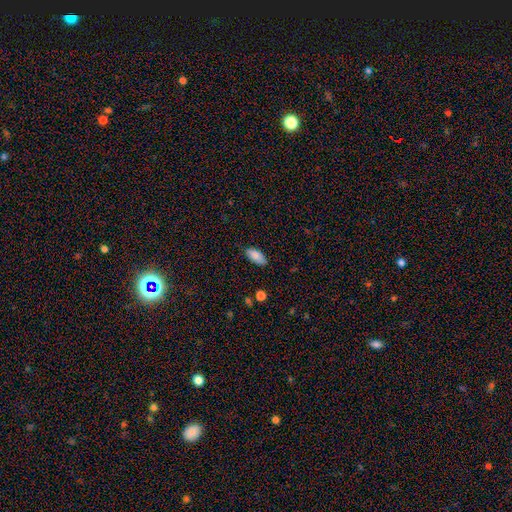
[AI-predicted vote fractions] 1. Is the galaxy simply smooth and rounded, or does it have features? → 87% smooth, 7% star or artifact, 6% featured or disk.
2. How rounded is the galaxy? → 89% in between, 9% cigar-shaped, 2% round.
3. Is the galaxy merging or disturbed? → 81% none, 15% minor disturbance, 3% major disturbance, 1% merger.